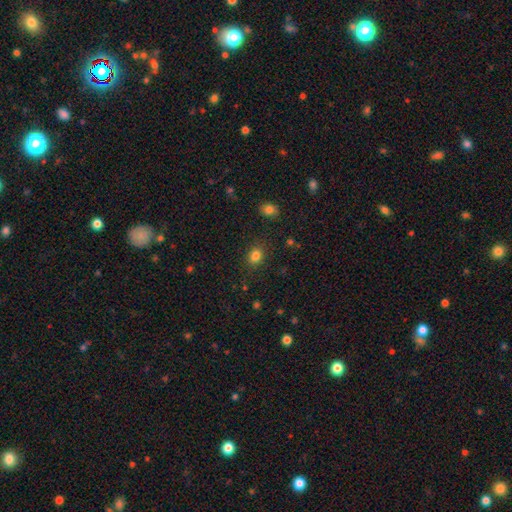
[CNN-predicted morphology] This appears to be a smooth galaxy with no disk features (83%) that is in between round and cigar-shaped (59%). Merging: none (85%).